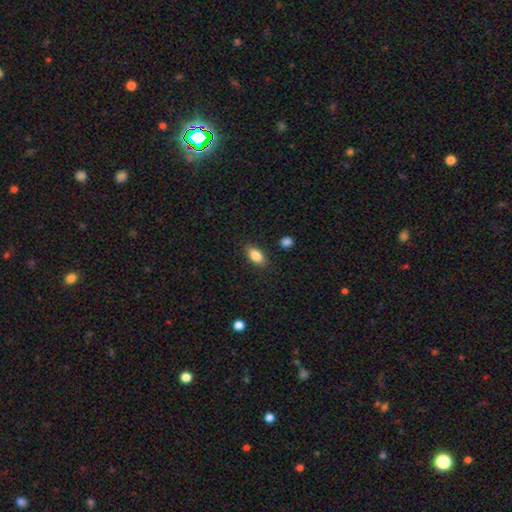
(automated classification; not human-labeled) Morphology: type=smooth (84%); roundness=in between (87%); merging=none (86%).